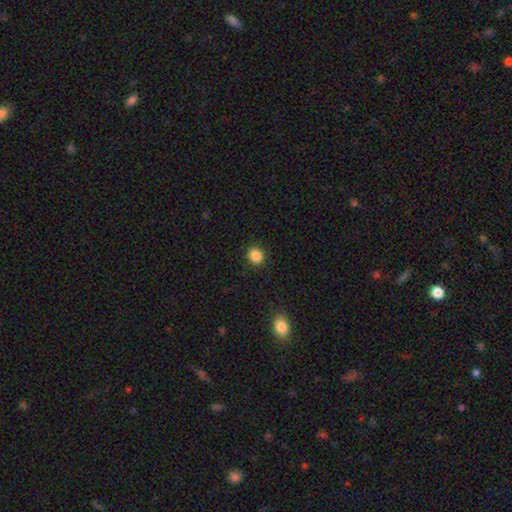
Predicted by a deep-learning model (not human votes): This is clearly a smooth galaxy (87%). How rounded: likely round (66%). Merging: clearly none (90%).